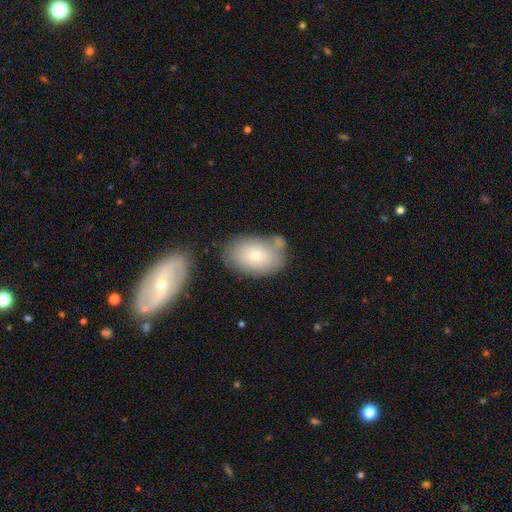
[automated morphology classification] Smooth or featured? smooth (74%)
How rounded? in between (88%)
Merging? none (61%)